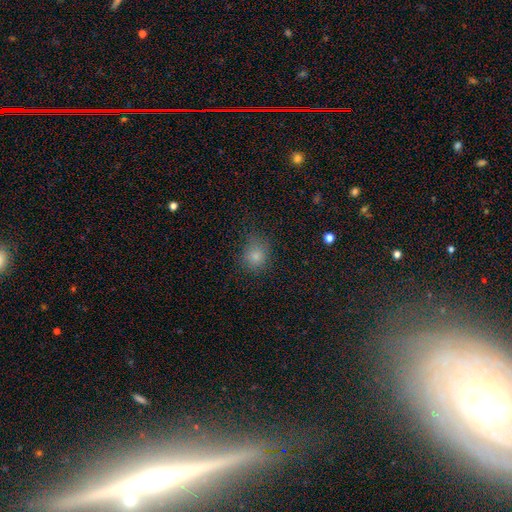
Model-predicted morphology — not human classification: Overall: smooth (80%). How rounded: round (80%). Merging: none (74%).